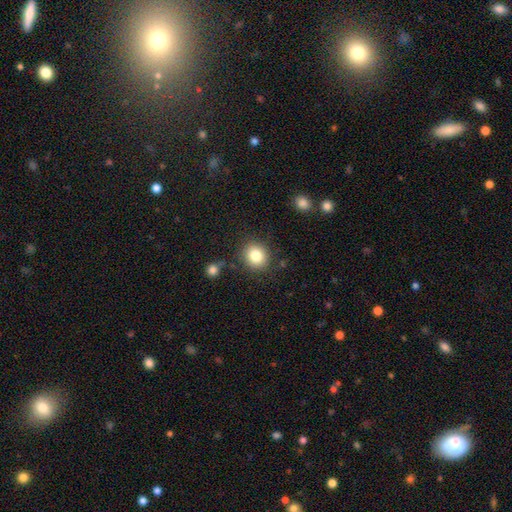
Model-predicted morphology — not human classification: A smooth galaxy with no disk features (83%) that is round (79%).

Vote fractions:
- Smooth or featured? smooth: 83% / star or artifact: 10% / featured or disk: 7%
- How rounded? round: 79% / in between: 20% / cigar-shaped: 1%
- Merging? none: 84% / minor disturbance: 10% / major disturbance: 3% / merger: 3%